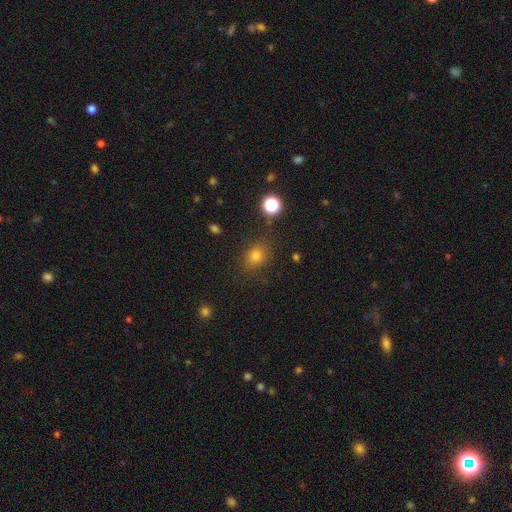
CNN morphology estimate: smooth 76%, star or artifact 16%, featured or disk 7%. Down the decision tree: how rounded — in between (53%); merging — none (82%).